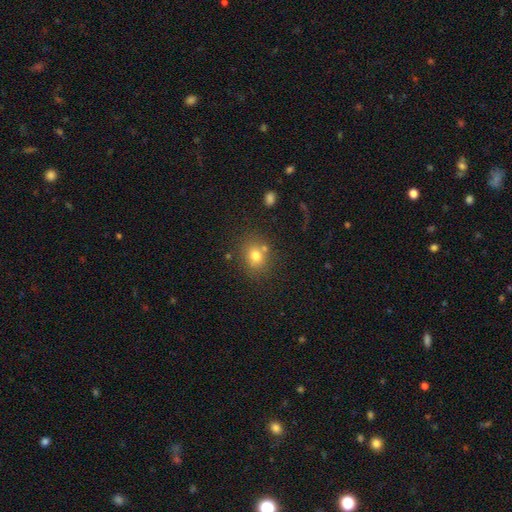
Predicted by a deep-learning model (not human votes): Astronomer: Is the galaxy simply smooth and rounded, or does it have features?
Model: smooth — 75%.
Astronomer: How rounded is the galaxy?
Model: round — 58% (runner-up: in between, 41%).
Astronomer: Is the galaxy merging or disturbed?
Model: none — 71%.